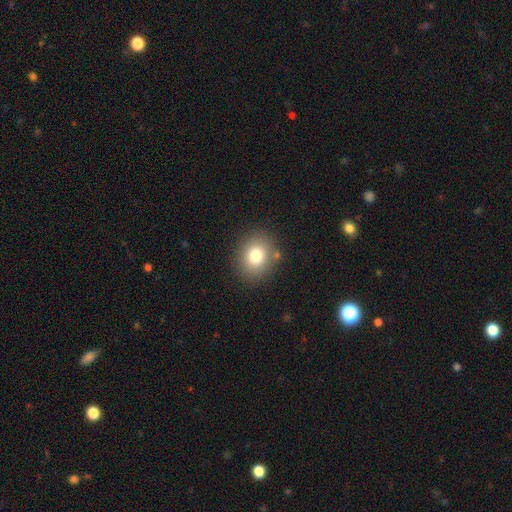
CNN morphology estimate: Smooth or featured? smooth (80%)
How rounded? round (58%)
Merging? none (84%)